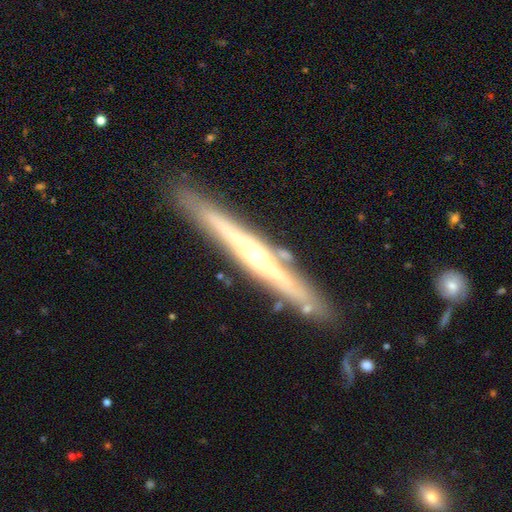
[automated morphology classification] This is likely a featured or disk galaxy (78%). It is clearly viewed edge-on (95%). Edge-on bulge: likely rounded (77%). Merging: clearly none (85%).